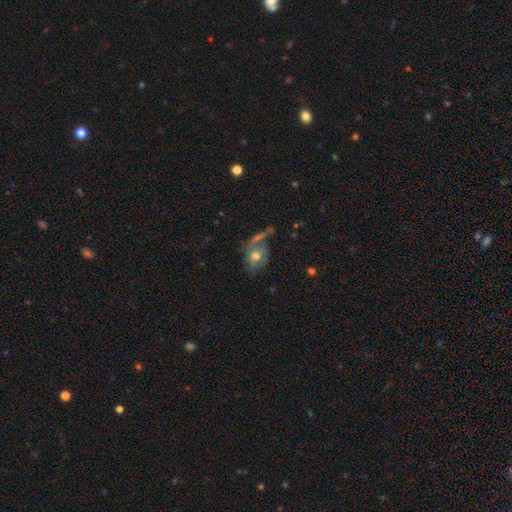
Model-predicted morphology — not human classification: A smooth galaxy with no disk features (61%) that is in between round and cigar-shaped (54%).

Vote fractions:
- Smooth or featured? smooth: 61% / featured or disk: 30% / star or artifact: 10%
- How rounded? in between: 54% / round: 44% / cigar-shaped: 2%
- Merging? none: 45% / merger: 21% / minor disturbance: 19% / major disturbance: 14%